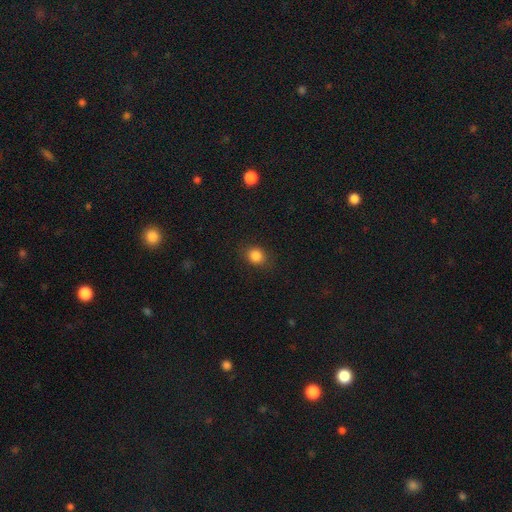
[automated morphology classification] This appears to be a smooth galaxy with no disk features (84%) that is round (67%). Merging: none (85%).